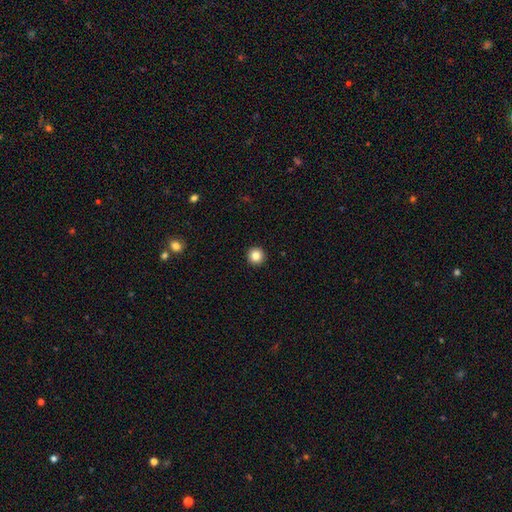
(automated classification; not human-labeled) This appears to be a smooth galaxy with no disk features (85%) that is round (96%). Merging: none (94%).